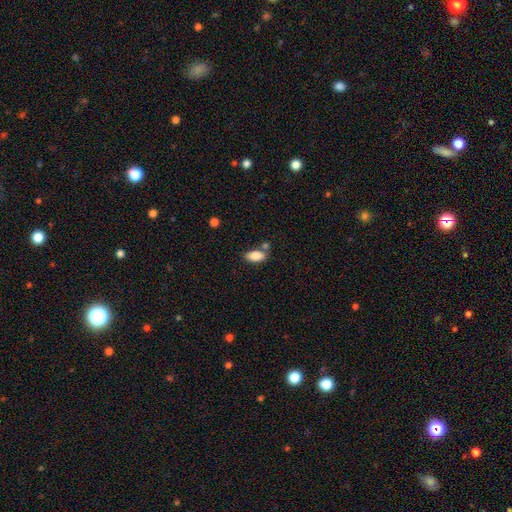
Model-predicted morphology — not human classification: type=smooth (86%); roundness=in between (90%); merging=none (70%).